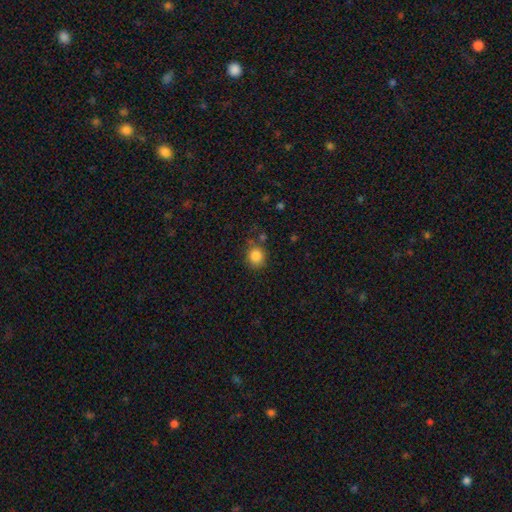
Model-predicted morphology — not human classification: smooth_or_featured: smooth (p=0.85) [alt: star or artifact p=0.10]
how_rounded: round (p=0.79) [alt: in between p=0.20]
merging: none (p=0.75) [alt: minor disturbance p=0.15]